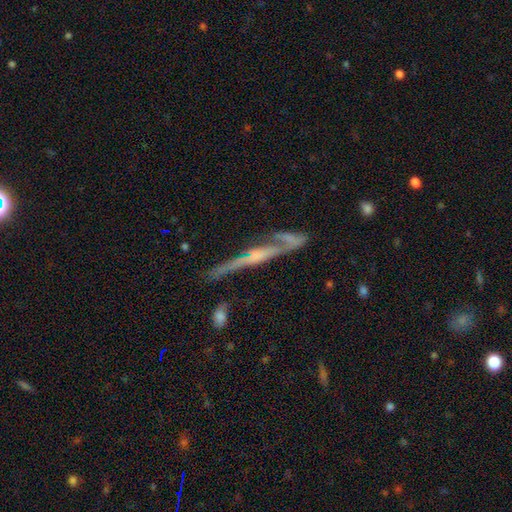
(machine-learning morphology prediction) Smooth or featured? Predicted: featured or disk (p=0.73). Edge-on disk? Predicted: yes (p=0.73). Edge-on bulge? Predicted: none (p=0.40). Merging? Predicted: none (p=0.44).